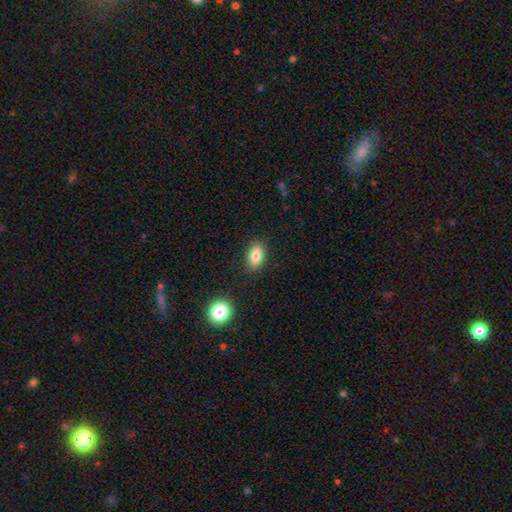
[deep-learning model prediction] Smooth or featured?
  - smooth: 83% *
  - star or artifact: 8%
  - featured or disk: 8%
How rounded?
  - in between: 88% *
  - round: 9%
  - cigar-shaped: 3%
Merging?
  - none: 87% *
  - minor disturbance: 9%
  - major disturbance: 2%
  - merger: 2%